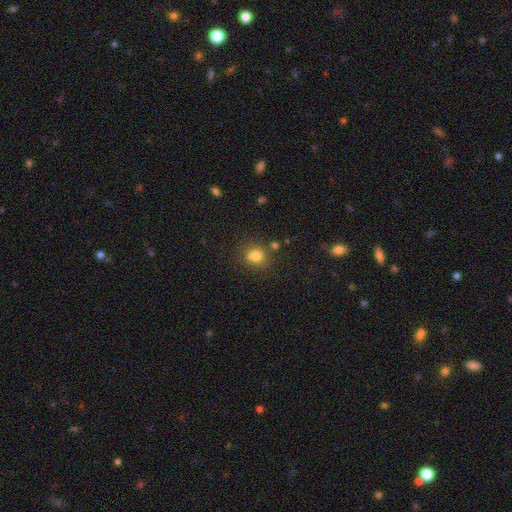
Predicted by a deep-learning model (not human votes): Overall: smooth (77%). How rounded: round (77%). Merging: none (65%).